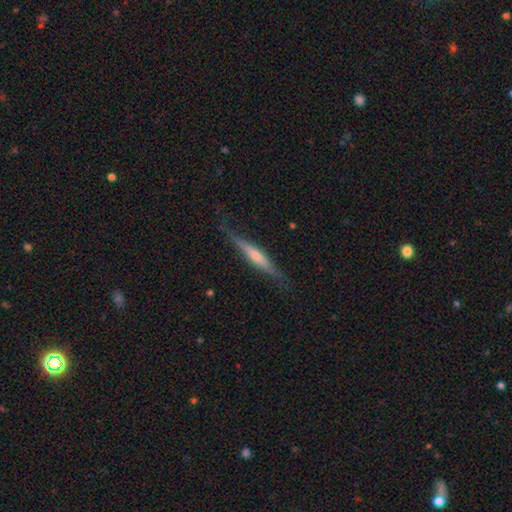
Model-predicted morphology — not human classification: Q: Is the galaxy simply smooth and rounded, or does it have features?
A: featured or disk — 64%.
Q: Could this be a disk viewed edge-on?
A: yes — 94%.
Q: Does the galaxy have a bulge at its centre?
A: rounded — 64%.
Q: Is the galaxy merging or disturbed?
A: none — 78%.